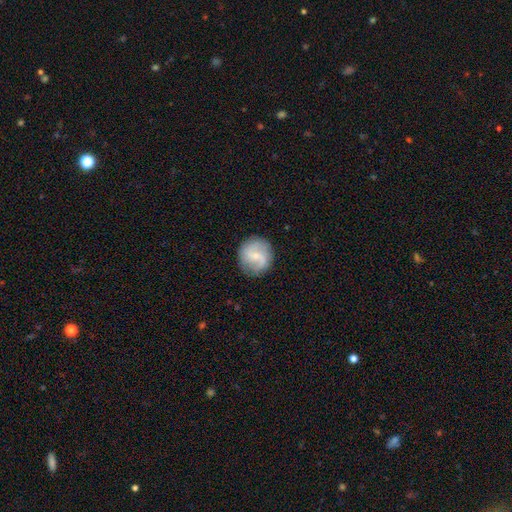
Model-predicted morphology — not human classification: Smooth or featured?
  - featured or disk: 60% *
  - smooth: 33%
  - star or artifact: 7%
Edge-on disk?
  - no: 97% *
  - yes: 3%
Bar?
  - weak: 52% *
  - no: 34%
  - strong: 14%
Spiral arms?
  - yes: 89% *
  - no: 11%
Spiral winding?
  - loose: 50% *
  - medium: 37%
  - tight: 13%
Spiral arm count?
  - 2: 78% *
  - can't tell: 10%
  - 3: 5%
  - 1: 3%
  - 4: 2%
  - more than 4: 2%
Bulge size?
  - small: 69% *
  - moderate: 22%
  - none: 6%
  - large: 1%
  - dominant: 1%
Merging?
  - none: 84% *
  - minor disturbance: 11%
  - major disturbance: 4%
  - merger: 1%